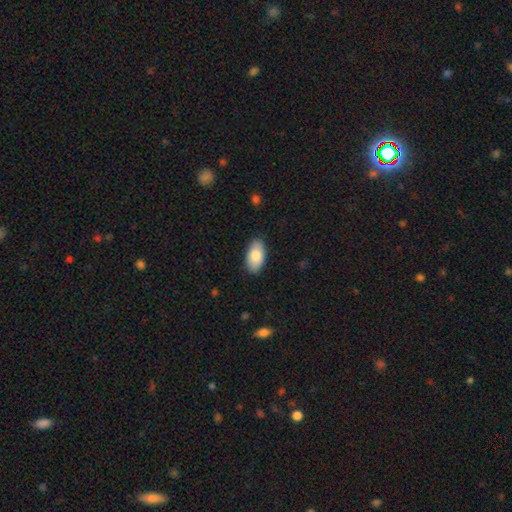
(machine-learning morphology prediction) A smooth galaxy with no disk features (82%) that is in between round and cigar-shaped (95%). Merging: none (87%).